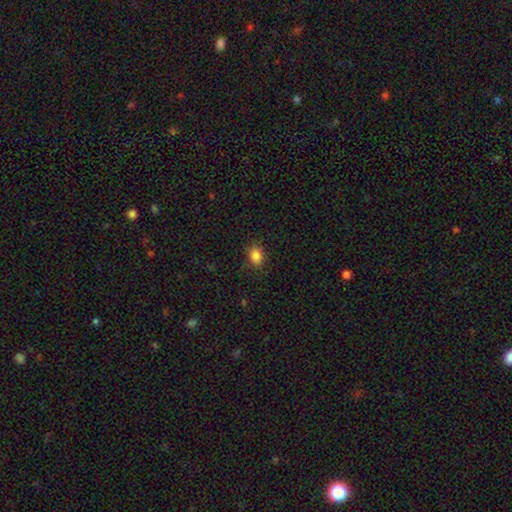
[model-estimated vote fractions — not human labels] Q: Smooth or featured?
A: smooth (85%); runner-up: star or artifact (10%)
Q: How rounded?
A: in between (69%); runner-up: round (30%)
Q: Merging?
A: none (85%); runner-up: minor disturbance (11%)